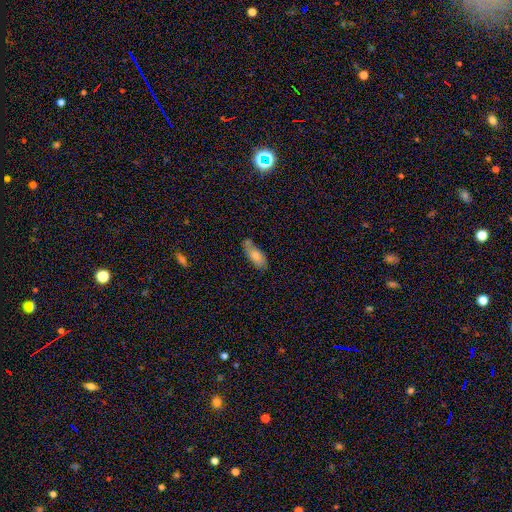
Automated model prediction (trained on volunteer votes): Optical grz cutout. It shows a smooth galaxy with no disk features (77%) that is in between round and cigar-shaped (82%). Merging: none (56%).